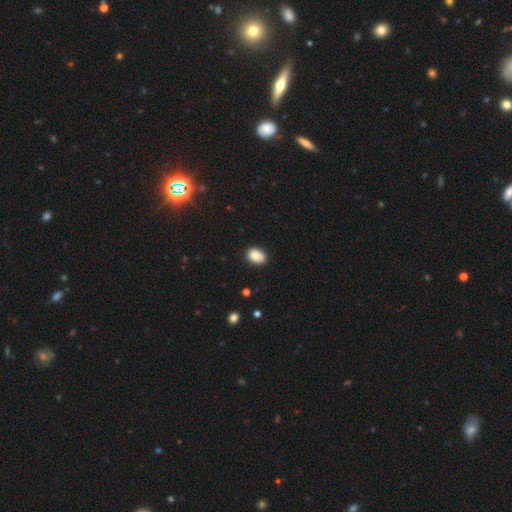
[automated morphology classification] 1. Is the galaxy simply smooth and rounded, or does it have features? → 86% smooth, 9% star or artifact, 6% featured or disk.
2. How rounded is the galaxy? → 74% in between, 25% round, 1% cigar-shaped.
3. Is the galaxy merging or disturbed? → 81% none, 15% minor disturbance, 3% major disturbance, 2% merger.